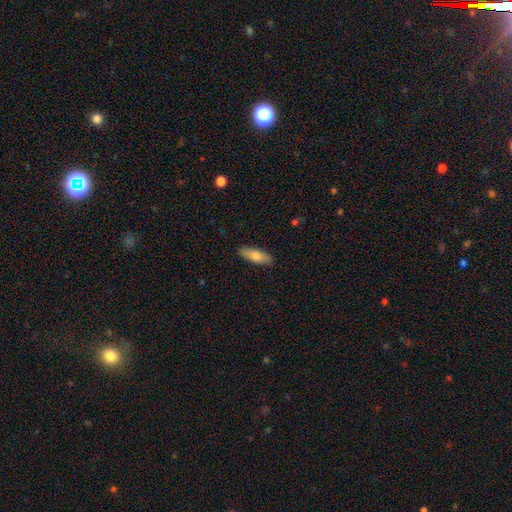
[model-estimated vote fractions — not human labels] Morphology: type=smooth (78%); roundness=in between (62%); merging=none (88%).